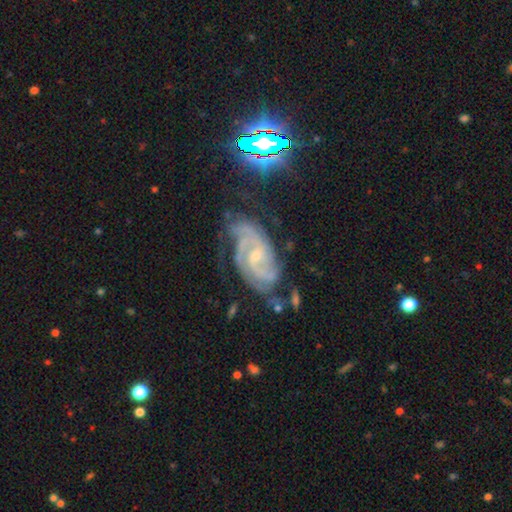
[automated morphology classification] Smooth or featured? Predicted: featured or disk (p=0.87). Edge-on disk? Predicted: no (p=0.97). Bar? Predicted: no (p=0.45). Spiral arms? Predicted: yes (p=0.98). Spiral winding? Predicted: tight (p=0.52). Spiral arm count? Predicted: 2 (p=0.40). Bulge size? Predicted: small (p=0.68). Merging? Predicted: none (p=0.61).